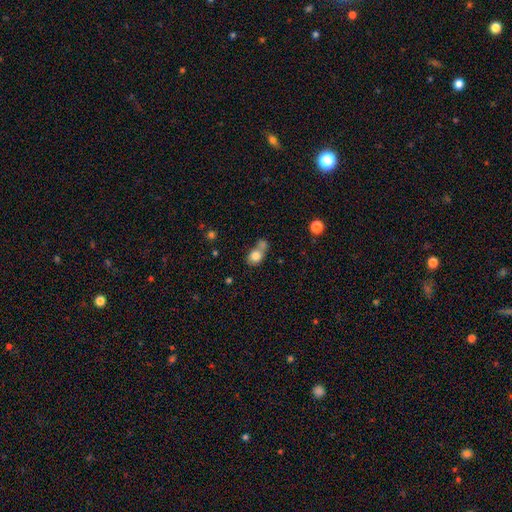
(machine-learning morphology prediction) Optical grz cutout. It shows a smooth galaxy with no disk features (79%) that is round (51%). Merging: merger (54%).